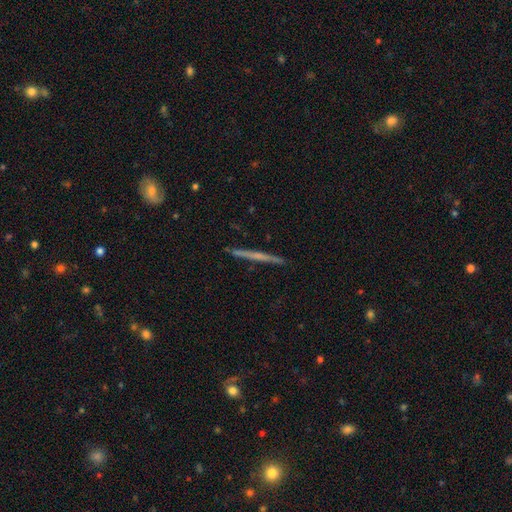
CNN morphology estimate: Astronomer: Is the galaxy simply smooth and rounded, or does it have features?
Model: featured or disk — 57% (runner-up: smooth, 37%).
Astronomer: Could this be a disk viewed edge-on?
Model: yes — 97%.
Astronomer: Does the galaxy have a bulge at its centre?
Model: none — 82%.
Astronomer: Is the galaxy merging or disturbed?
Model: none — 91%.